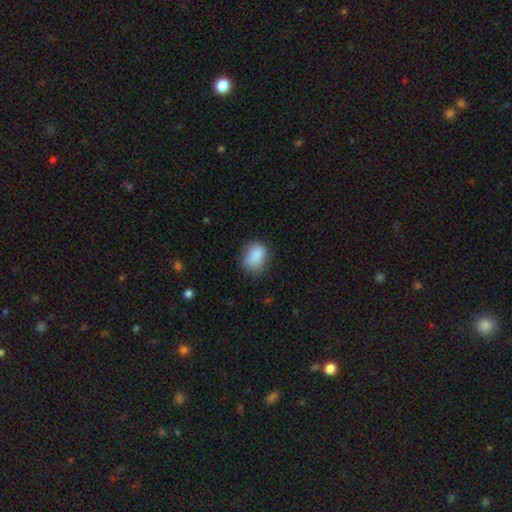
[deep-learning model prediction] This is clearly a smooth galaxy (85%). How rounded: likely in between (71%). Merging: likely none (65%).